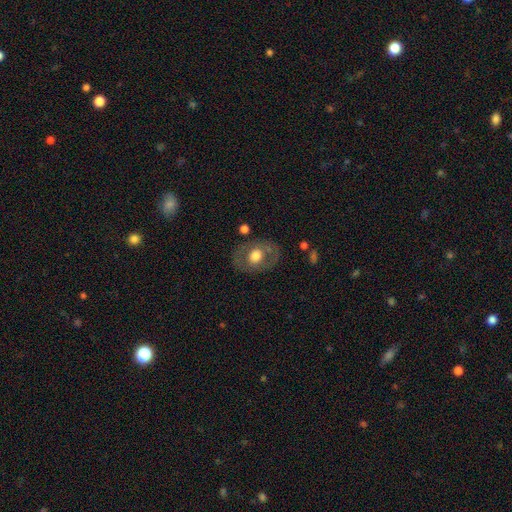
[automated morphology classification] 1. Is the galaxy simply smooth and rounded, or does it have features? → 52% smooth, 42% featured or disk, 7% star or artifact.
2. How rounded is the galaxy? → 63% in between, 36% round, 1% cigar-shaped.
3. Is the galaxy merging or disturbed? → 77% none, 14% minor disturbance, 7% major disturbance, 2% merger.